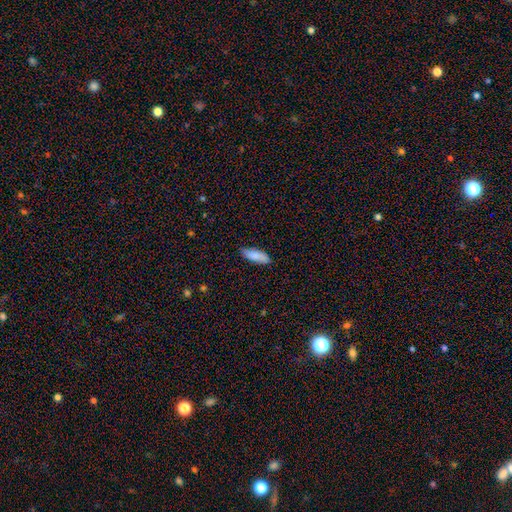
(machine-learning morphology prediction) A smooth galaxy with no disk features (86%) that is in between round and cigar-shaped (64%). Merging: none (84%).